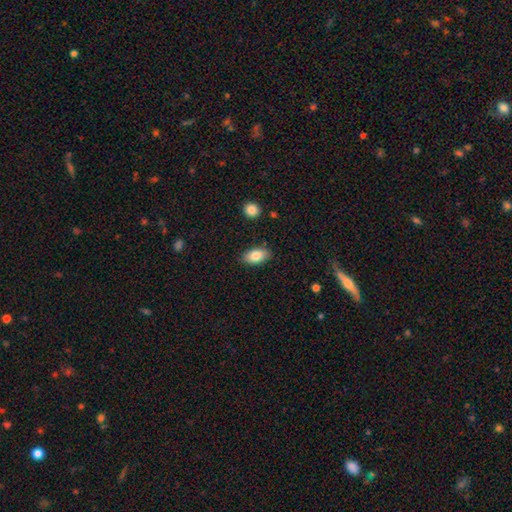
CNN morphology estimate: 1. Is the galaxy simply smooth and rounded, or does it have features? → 84% smooth, 9% featured or disk, 7% star or artifact.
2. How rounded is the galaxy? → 92% in between, 5% round, 3% cigar-shaped.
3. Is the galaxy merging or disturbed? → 86% none, 10% minor disturbance, 2% major disturbance, 2% merger.